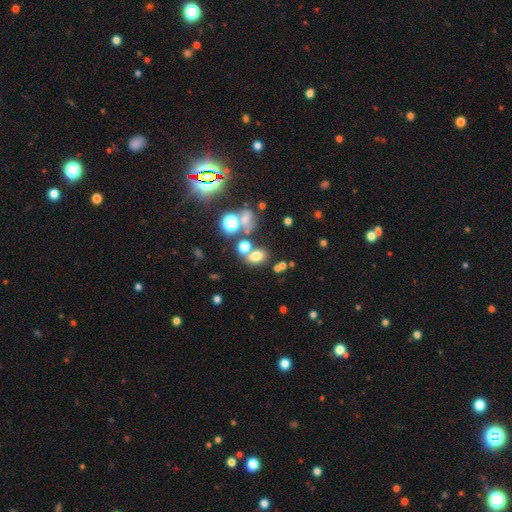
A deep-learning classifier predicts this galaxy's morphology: A smooth galaxy with no disk features (67%) that is in between round and cigar-shaped (69%). Merging: none (55%).